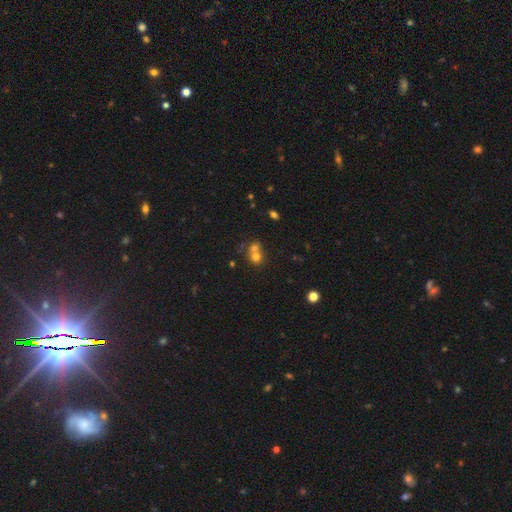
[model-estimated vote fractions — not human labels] smooth-or-featured: smooth: 67% | star or artifact: 17% | featured or disk: 17%
  how-rounded: round: 78% | in between: 21% | cigar-shaped: 1%
  merging: merger: 57% | none: 33% | minor disturbance: 6% | major disturbance: 4%